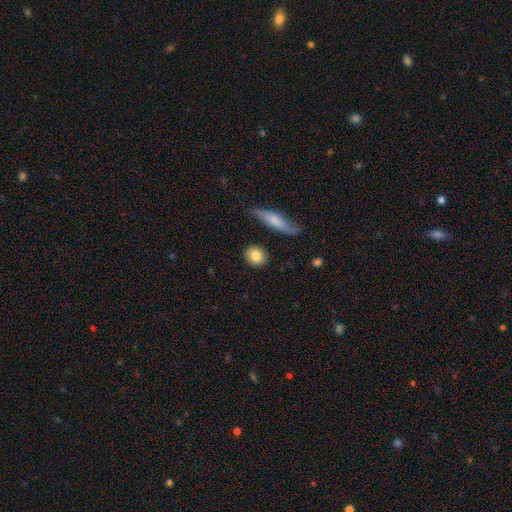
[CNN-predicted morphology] smooth-or-featured: smooth: 83% | featured or disk: 10% | star or artifact: 7%
  how-rounded: round: 72% | in between: 24% | cigar-shaped: 4%
  merging: none: 85% | minor disturbance: 9% | merger: 3% | major disturbance: 3%